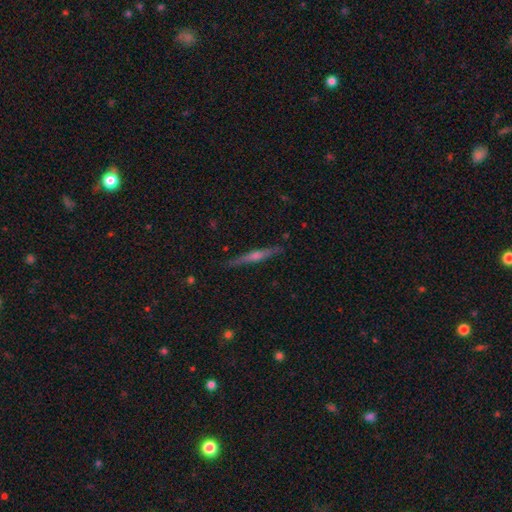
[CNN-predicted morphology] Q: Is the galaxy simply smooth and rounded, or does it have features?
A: featured or disk — 69%.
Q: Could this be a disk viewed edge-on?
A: yes — 98%.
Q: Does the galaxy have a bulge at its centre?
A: rounded — 76%.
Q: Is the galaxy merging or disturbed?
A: none — 89%.